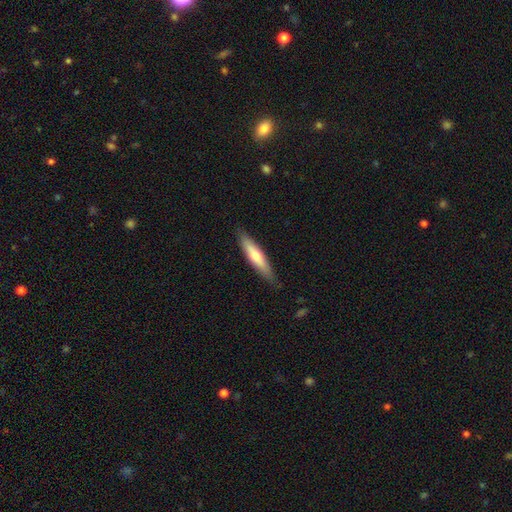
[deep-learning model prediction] Smooth or featured: smooth — 58% (featured or disk — 37%)
How rounded: cigar-shaped — 82% (in between — 16%)
Merging: none — 86% (minor disturbance — 11%)